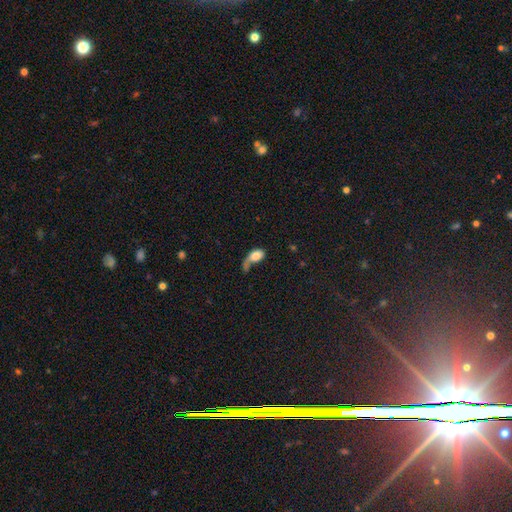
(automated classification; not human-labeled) A smooth galaxy with no disk features (70%) that is in between round and cigar-shaped (84%).

Vote fractions:
- Smooth or featured? smooth: 70% / featured or disk: 22% / star or artifact: 8%
- How rounded? in between: 84% / round: 12% / cigar-shaped: 4%
- Merging? major disturbance: 39% / none: 23% / minor disturbance: 19% / merger: 19%